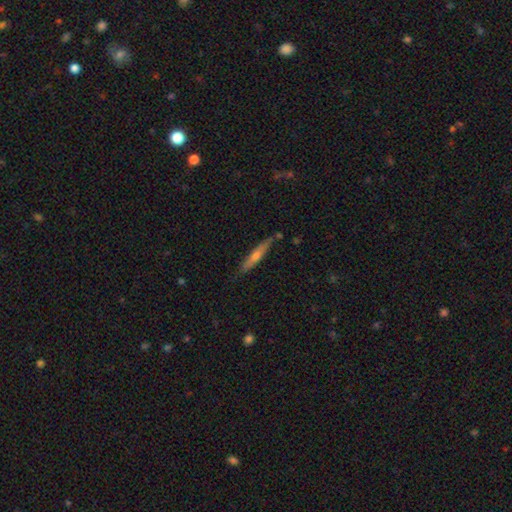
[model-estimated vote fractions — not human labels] Morphology: type=featured or disk (51%); edge-on=yes (92%); merging=none (83%).